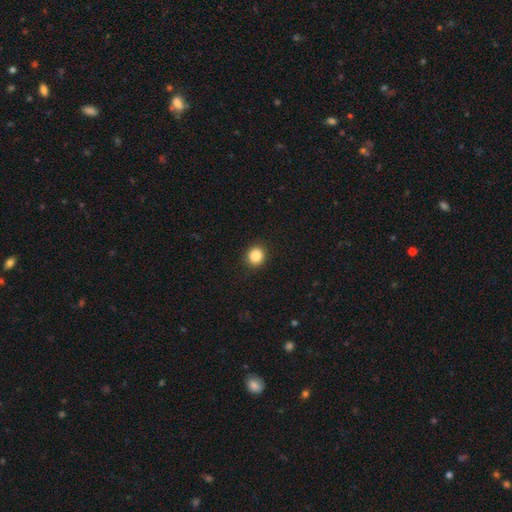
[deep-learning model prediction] Smooth or featured?
  - smooth: 87% *
  - star or artifact: 10%
  - featured or disk: 4%
How rounded?
  - round: 89% *
  - in between: 10%
  - cigar-shaped: 1%
Merging?
  - none: 91% *
  - minor disturbance: 6%
  - major disturbance: 2%
  - merger: 1%